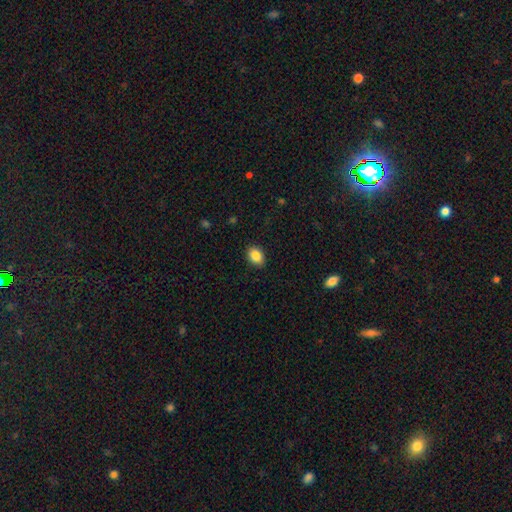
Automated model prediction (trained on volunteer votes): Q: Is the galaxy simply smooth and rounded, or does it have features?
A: smooth — 87%.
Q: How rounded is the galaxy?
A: in between — 76%.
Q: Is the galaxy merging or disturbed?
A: none — 88%.